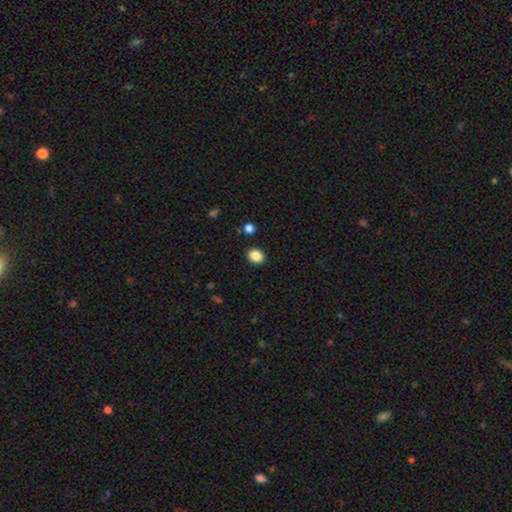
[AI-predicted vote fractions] This appears to be a smooth galaxy with no disk features (86%) that is round (53%). Merging: none (89%).